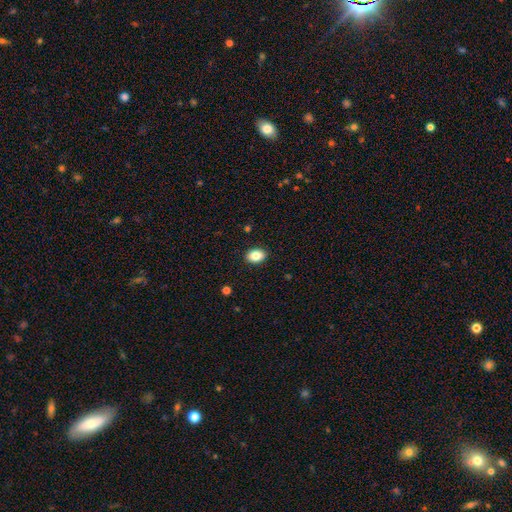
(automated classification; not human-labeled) A smooth galaxy with no disk features (84%) that is in between round and cigar-shaped (80%). Merging: none (90%).